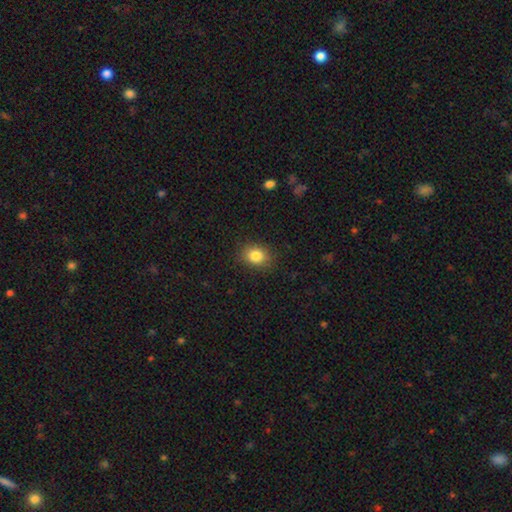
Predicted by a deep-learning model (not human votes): Smooth or featured? smooth (84%)
How rounded? in between (53%)
Merging? none (86%)